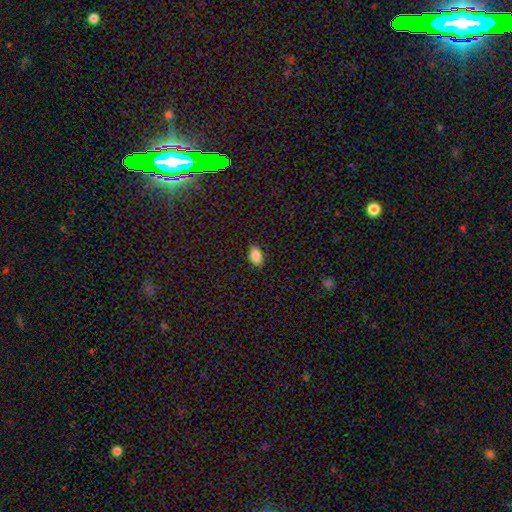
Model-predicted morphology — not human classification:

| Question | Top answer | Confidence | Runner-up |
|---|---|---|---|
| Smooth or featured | smooth | 86% | star or artifact (8%) |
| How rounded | in between | 92% | round (5%) |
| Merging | none | 89% | minor disturbance (9%) |